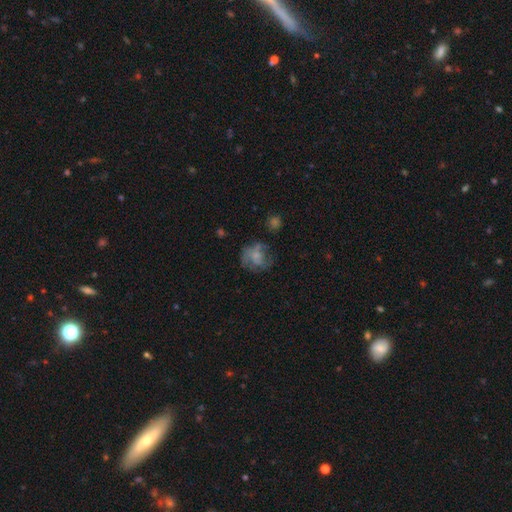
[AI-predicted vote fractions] Overall: smooth (45%; featured or disk 43%). Merging: none (49%; major disturbance 24%).